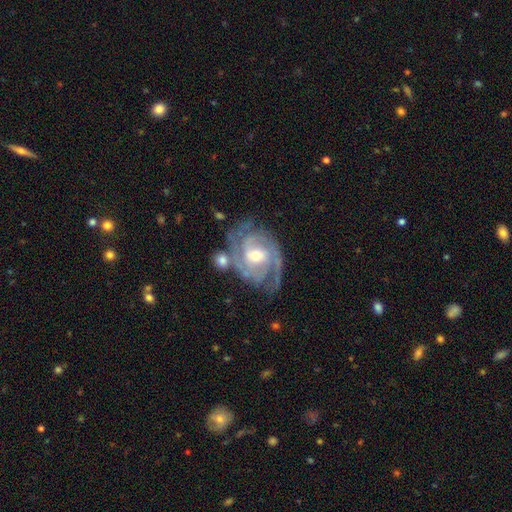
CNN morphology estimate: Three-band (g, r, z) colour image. It shows a featured or disk galaxy (90%) with no bar (47%), 2 (51%) tight (59%) spiral arms (97%) and a moderate central bulge (63%). Merging: none (65%).